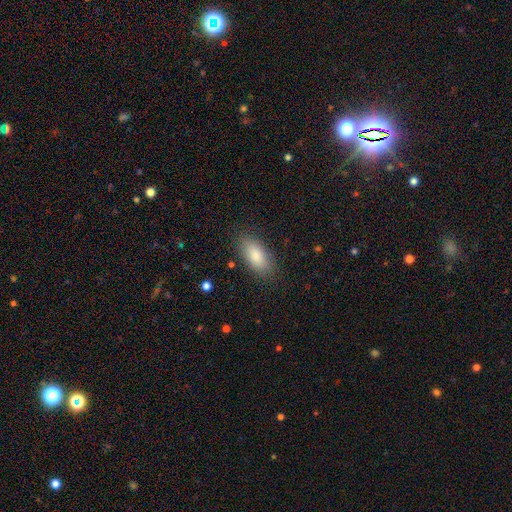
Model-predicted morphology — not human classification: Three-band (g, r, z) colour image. It shows a smooth galaxy with no disk features (85%) that is in between round and cigar-shaped (90%). Merging: none (83%).